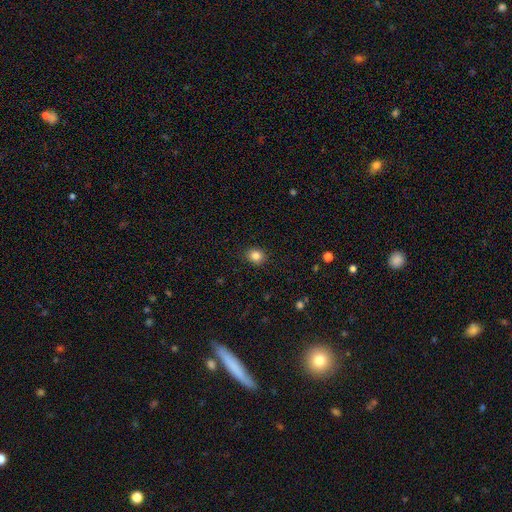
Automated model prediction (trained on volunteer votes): Smooth or featured? smooth (84%)
How rounded? round (68%)
Merging? none (89%)